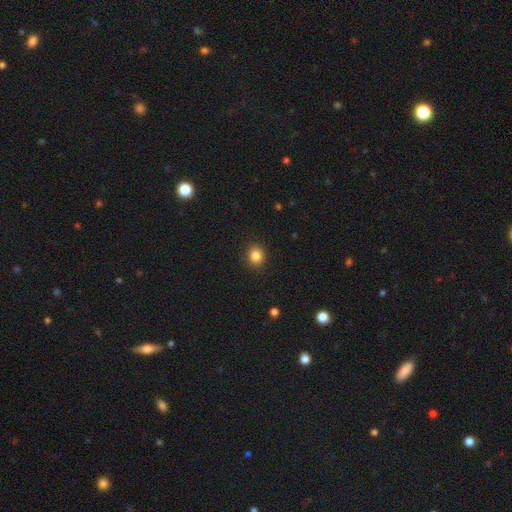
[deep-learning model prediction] Smooth or featured? Predicted: smooth (p=0.85). How rounded? Predicted: round (p=0.80). Merging? Predicted: none (p=0.90).